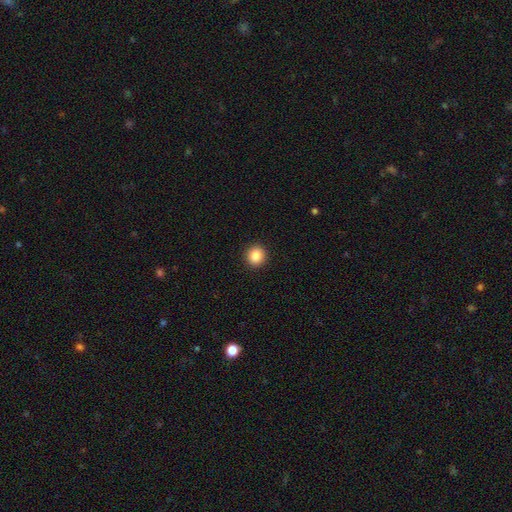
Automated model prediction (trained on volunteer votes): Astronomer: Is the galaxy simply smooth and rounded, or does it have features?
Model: smooth — 87%.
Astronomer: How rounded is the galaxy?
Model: round — 90%.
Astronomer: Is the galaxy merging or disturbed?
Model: none — 92%.